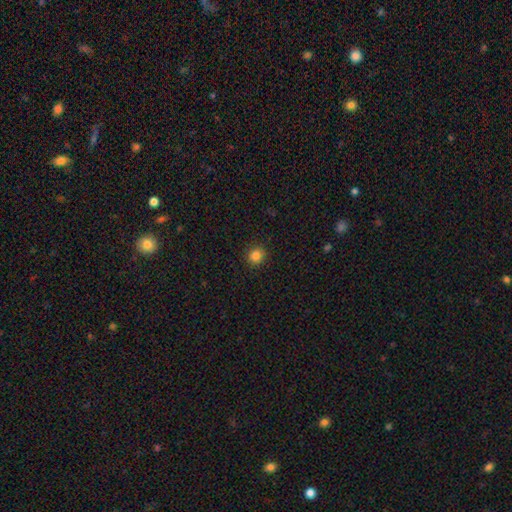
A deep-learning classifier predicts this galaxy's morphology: The model was most divided on "how rounded": round: 84%, in between: 15%, cigar-shaped: 1%. More confident: merging — none (91%); smooth or featured — smooth (84%).